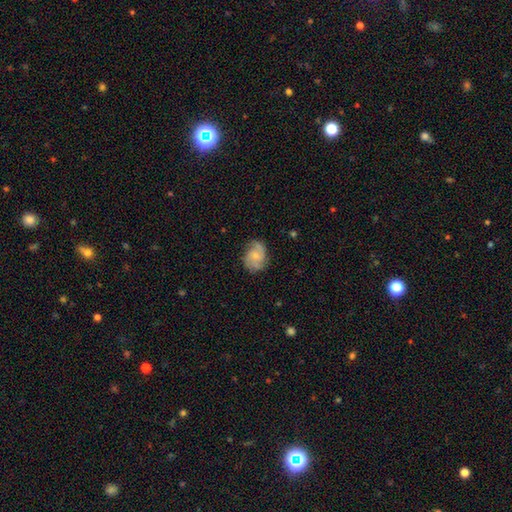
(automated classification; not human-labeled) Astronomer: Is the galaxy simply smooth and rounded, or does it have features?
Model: featured or disk — 71%.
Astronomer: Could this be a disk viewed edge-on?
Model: no — 98%.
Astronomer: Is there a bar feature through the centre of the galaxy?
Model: no — 67%.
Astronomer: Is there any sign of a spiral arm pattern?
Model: yes — 95%.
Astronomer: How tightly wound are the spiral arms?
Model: medium — 49% (runner-up: tight, 30%).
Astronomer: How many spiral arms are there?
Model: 2 — 49% (runner-up: 3, 27%).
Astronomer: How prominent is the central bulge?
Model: small — 58%.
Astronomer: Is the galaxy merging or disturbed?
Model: none — 73%.